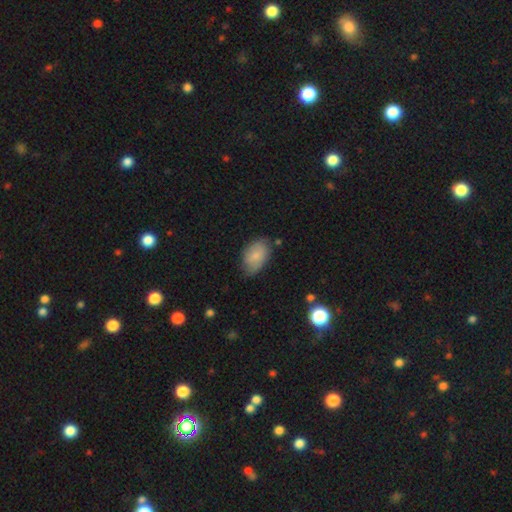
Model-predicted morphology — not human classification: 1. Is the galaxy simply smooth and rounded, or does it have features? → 76% smooth, 17% featured or disk, 7% star or artifact.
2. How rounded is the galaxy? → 90% in between, 8% round, 1% cigar-shaped.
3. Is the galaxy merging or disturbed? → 66% none, 27% minor disturbance, 5% major disturbance, 2% merger.